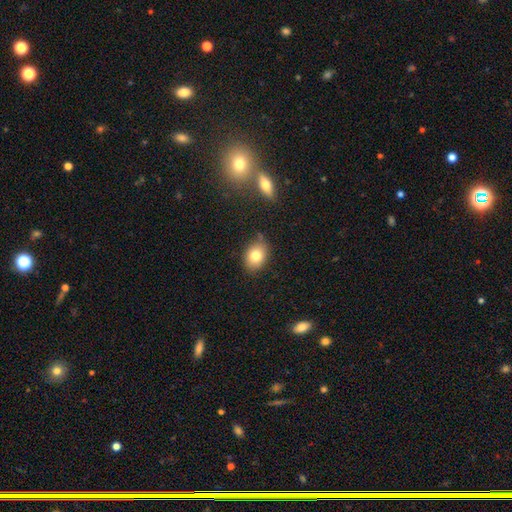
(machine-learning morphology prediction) smooth 79%, featured or disk 11%, star or artifact 10%. Down the decision tree: how rounded — in between (65%); merging — none (77%).